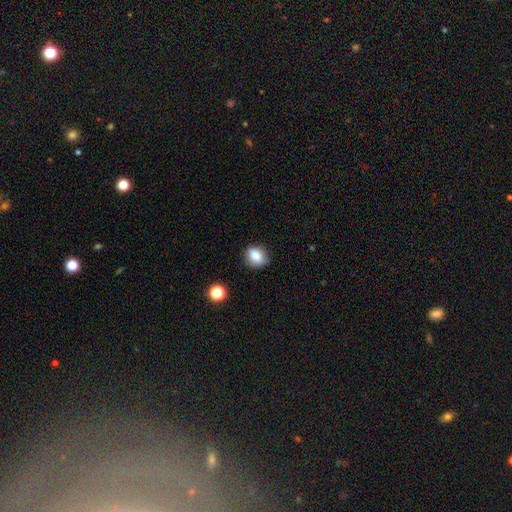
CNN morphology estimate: Smooth or featured? smooth (83%)
How rounded? round (55%)
Merging? none (79%)